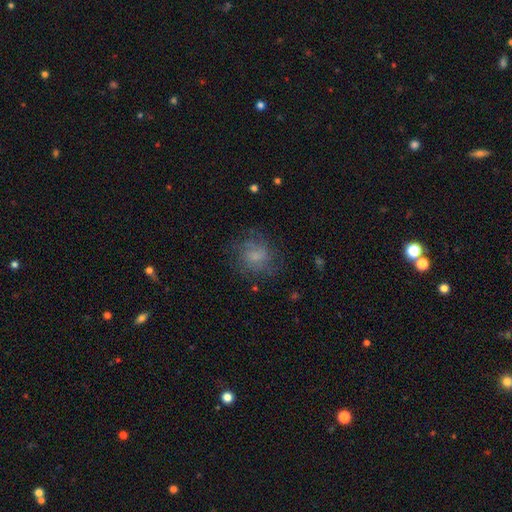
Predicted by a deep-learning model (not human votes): Smooth or featured: smooth — 50% (featured or disk — 37%)
Merging: none — 66% (minor disturbance — 19%)